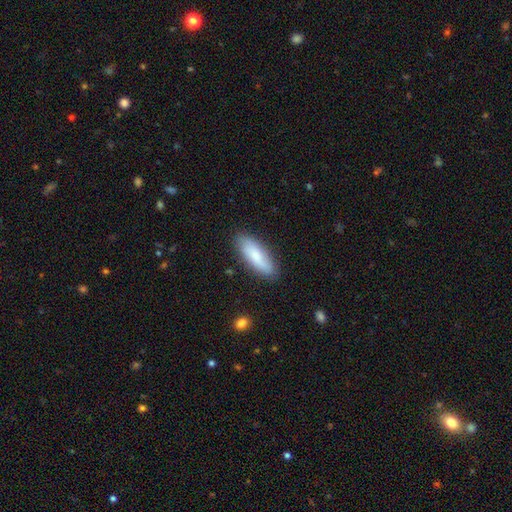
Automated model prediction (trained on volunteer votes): smooth 77%, featured or disk 17%, star or artifact 6%. Down the decision tree: how rounded — in between (57%); merging — none (85%).